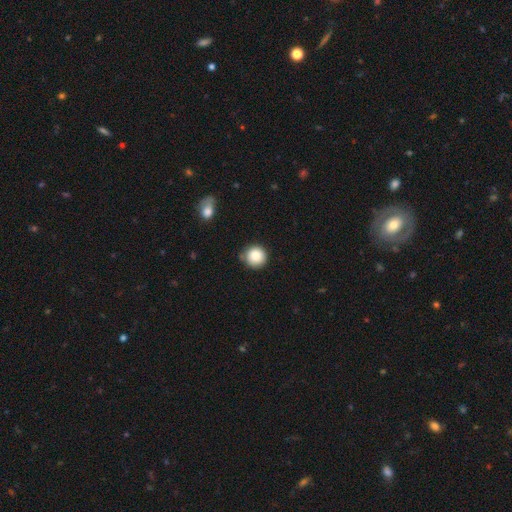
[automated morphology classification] Smooth or featured: smooth — 86% (star or artifact — 9%)
How rounded: round — 93% (in between — 6%)
Merging: none — 76% (minor disturbance — 18%)